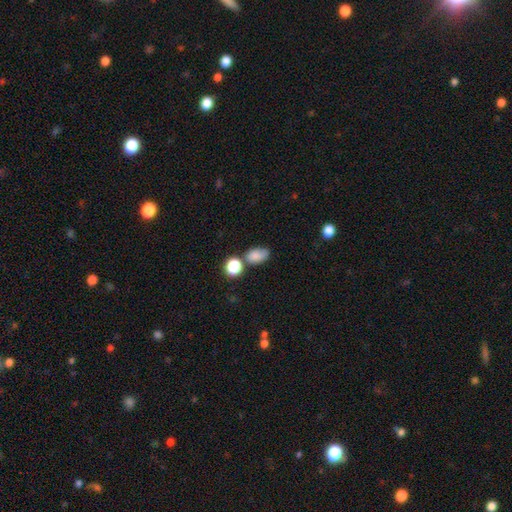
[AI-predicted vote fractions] smooth 81%, star or artifact 11%, featured or disk 8%. Down the decision tree: how rounded — in between (84%); merging — none (60%).